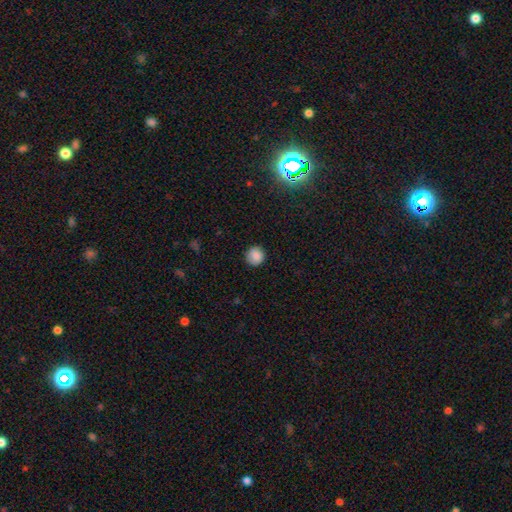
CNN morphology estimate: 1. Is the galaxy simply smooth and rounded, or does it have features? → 87% smooth, 9% star or artifact, 4% featured or disk.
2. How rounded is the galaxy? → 92% round, 7% in between, 1% cigar-shaped.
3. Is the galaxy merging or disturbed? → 87% none, 10% minor disturbance, 2% major disturbance, 1% merger.